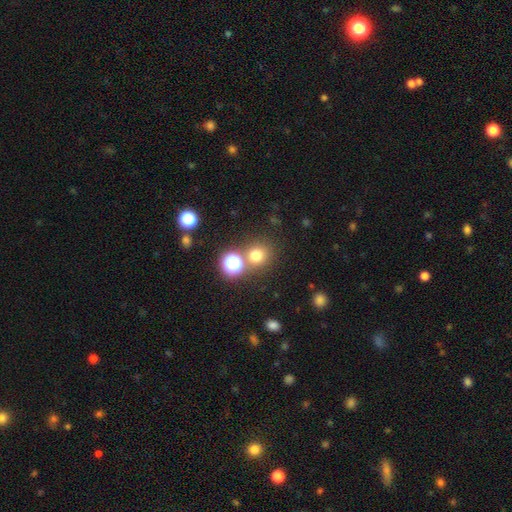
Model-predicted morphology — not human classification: Smooth or featured: smooth — 70% (star or artifact — 22%)
How rounded: round — 88% (in between — 11%)
Merging: none — 74% (merger — 14%)